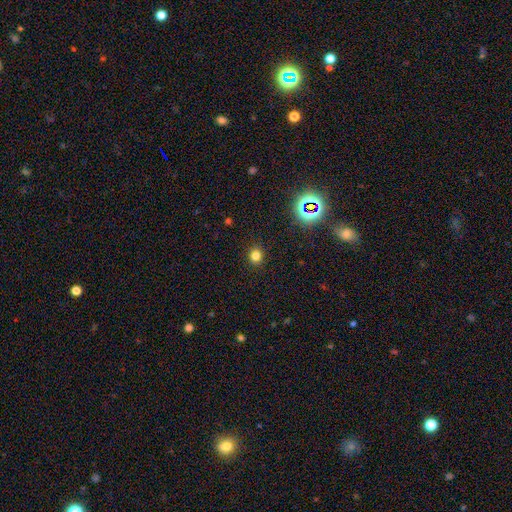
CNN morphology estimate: Smooth or featured? smooth (78%)
How rounded? round (84%)
Merging? none (91%)